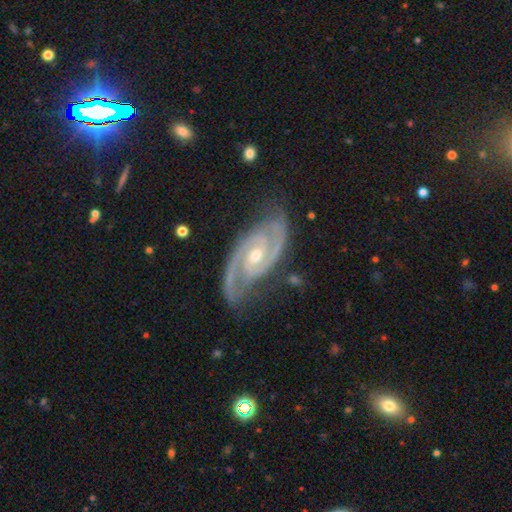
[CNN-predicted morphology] Smooth or featured?
  - featured or disk: 93% *
  - star or artifact: 4%
  - smooth: 3%
Edge-on disk?
  - no: 97% *
  - yes: 3%
Bar?
  - no: 47% *
  - weak: 39%
  - strong: 14%
Spiral arms?
  - yes: 99% *
  - no: 1%
Spiral winding?
  - tight: 52% *
  - medium: 42%
  - loose: 6%
Spiral arm count?
  - 2: 90% *
  - 3: 4%
  - can't tell: 2%
  - 1: 1%
  - 4: 1%
  - more than 4: 1%
Bulge size?
  - moderate: 63% *
  - small: 34%
  - large: 2%
  - none: 1%
  - dominant: 1%
Merging?
  - none: 77% *
  - minor disturbance: 18%
  - major disturbance: 4%
  - merger: 2%